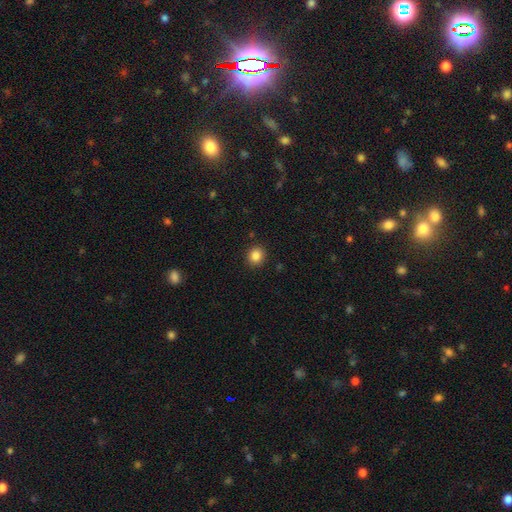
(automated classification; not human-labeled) smooth-or-featured: smooth: 85% | star or artifact: 11% | featured or disk: 4%
  how-rounded: round: 82% | in between: 17% | cigar-shaped: 1%
  merging: none: 91% | minor disturbance: 6% | major disturbance: 2% | merger: 1%